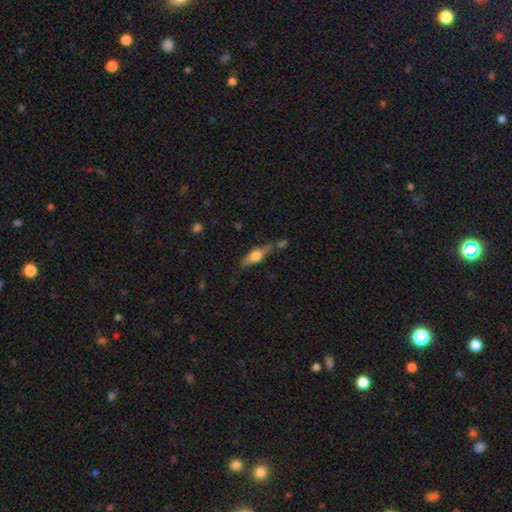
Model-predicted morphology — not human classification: Smooth or featured?
  - featured or disk: 50% *
  - smooth: 43%
  - star or artifact: 7%
Merging?
  - none: 66% *
  - minor disturbance: 19%
  - merger: 9%
  - major disturbance: 6%